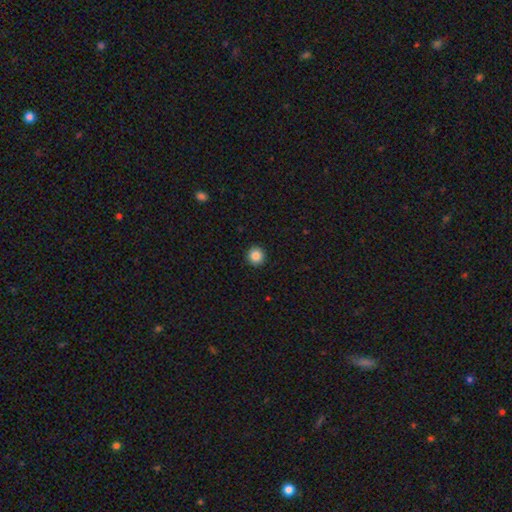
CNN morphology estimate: A smooth galaxy with no disk features (86%) that is round (94%). Merging: none (93%).